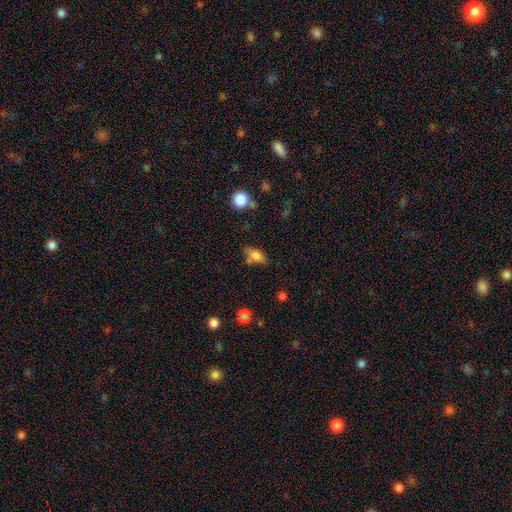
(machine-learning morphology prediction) A smooth galaxy with no disk features (74%) that is in between round and cigar-shaped (83%). Merging: none (61%).